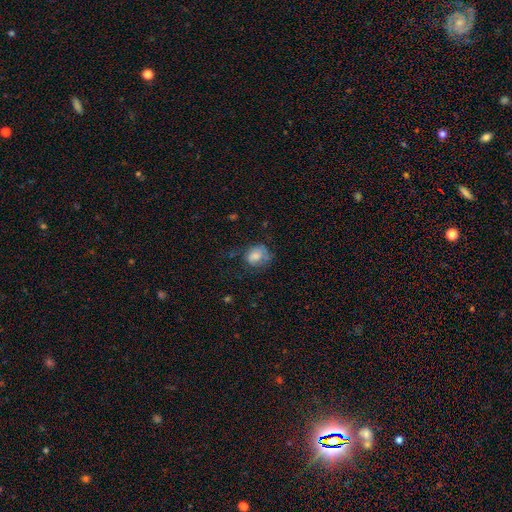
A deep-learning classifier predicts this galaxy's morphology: type=smooth (72%); roundness=in between (50%); merging=none (45%).